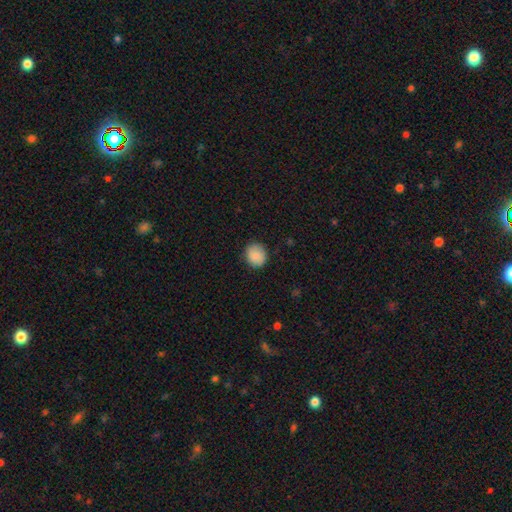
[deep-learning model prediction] This is clearly a smooth galaxy (88%). How rounded: likely round (79%). Merging: clearly none (86%).